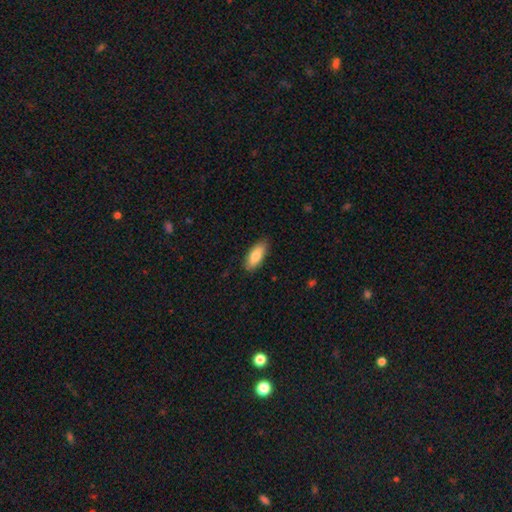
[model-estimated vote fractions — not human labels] smooth-or-featured: smooth: 82% | featured or disk: 12% | star or artifact: 6%
  how-rounded: in between: 80% | cigar-shaped: 18% | round: 2%
  merging: none: 86% | minor disturbance: 11% | major disturbance: 2% | merger: 1%